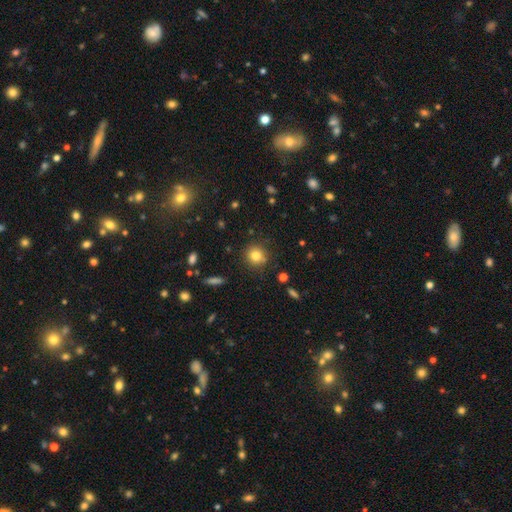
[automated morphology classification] A smooth galaxy with no disk features (81%) that is round (89%).

Vote fractions:
- Smooth or featured? smooth: 81% / star or artifact: 12% / featured or disk: 7%
- How rounded? round: 89% / in between: 10% / cigar-shaped: 1%
- Merging? none: 85% / minor disturbance: 10% / merger: 3% / major disturbance: 3%